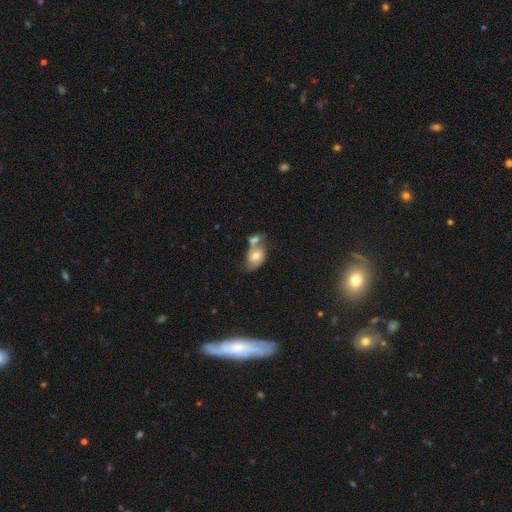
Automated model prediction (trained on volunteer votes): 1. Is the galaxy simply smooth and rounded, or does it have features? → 50% smooth, 41% featured or disk, 9% star or artifact.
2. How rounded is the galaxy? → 79% in between, 19% round, 2% cigar-shaped.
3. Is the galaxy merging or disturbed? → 56% merger, 23% none, 13% minor disturbance, 9% major disturbance.